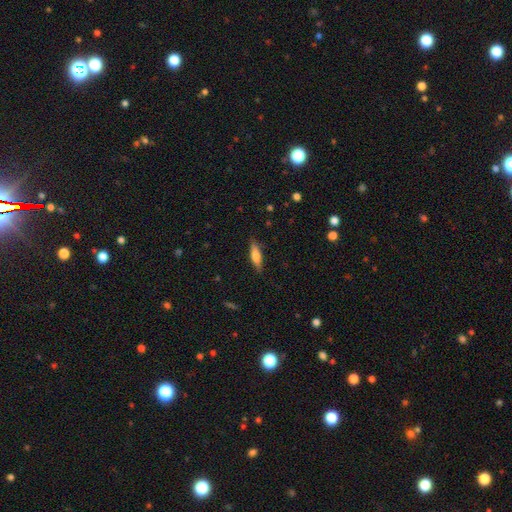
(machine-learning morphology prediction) A smooth galaxy with no disk features (68%) that is cigar-shaped (64%). Merging: none (85%).